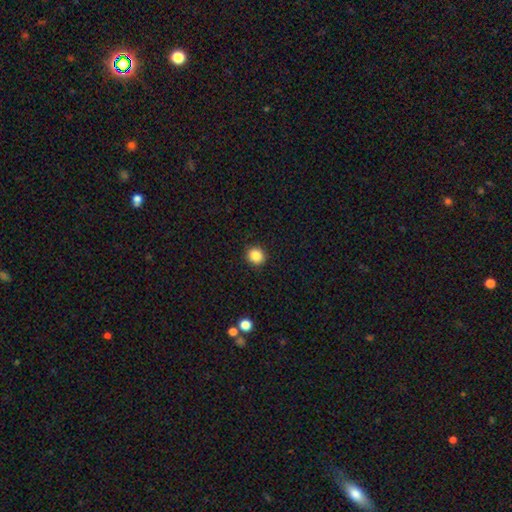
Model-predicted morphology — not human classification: Overall: smooth (86%). How rounded: round (87%). Merging: none (92%).